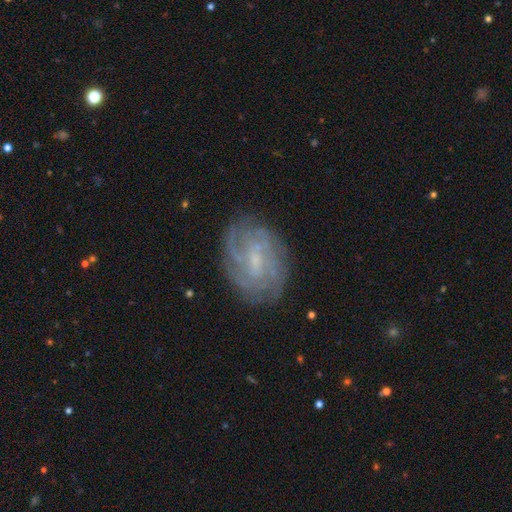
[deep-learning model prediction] A featured or disk galaxy (69%) with a weak bar (56%), tight (55%) spiral arms (88%) and a small central bulge (58%). Merging: none (79%).